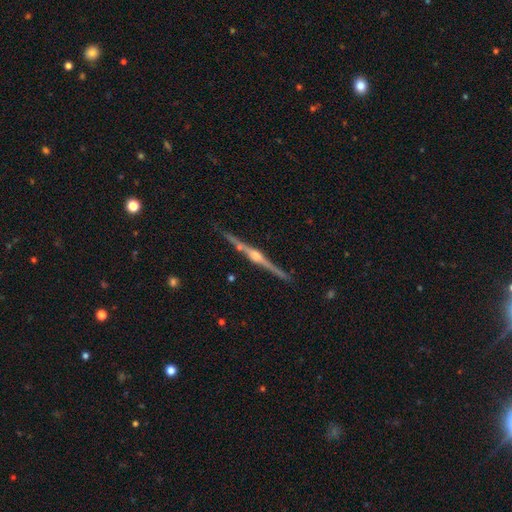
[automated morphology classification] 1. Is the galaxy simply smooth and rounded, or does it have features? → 86% featured or disk, 8% smooth, 6% star or artifact.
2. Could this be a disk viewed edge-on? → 99% yes, 1% no.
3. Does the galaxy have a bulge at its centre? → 84% rounded, 12% boxy, 4% none.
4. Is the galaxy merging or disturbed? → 88% none, 8% minor disturbance, 2% merger, 2% major disturbance.